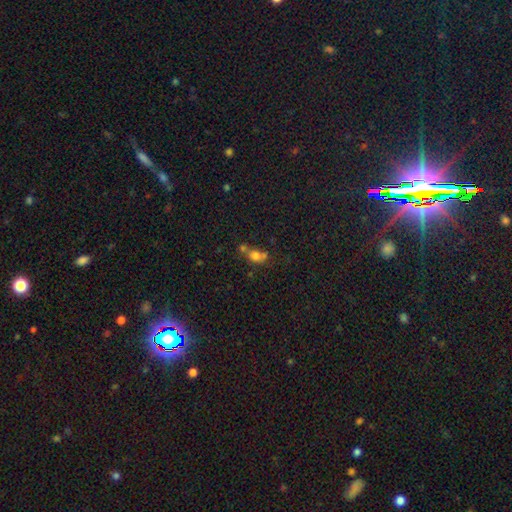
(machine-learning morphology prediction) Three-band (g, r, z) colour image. It shows a smooth galaxy with no disk features (72%) that is round (56%). Merging: merger (46%).